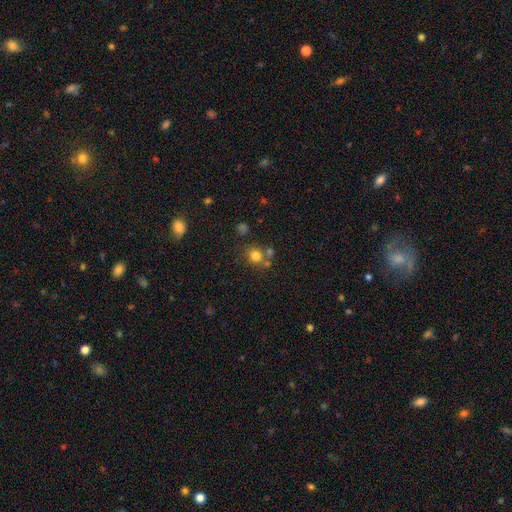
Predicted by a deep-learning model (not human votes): smooth_or_featured: smooth (p=0.76) [alt: star or artifact p=0.14]
how_rounded: round (p=0.83) [alt: in between p=0.16]
merging: none (p=0.63) [alt: merger p=0.21]